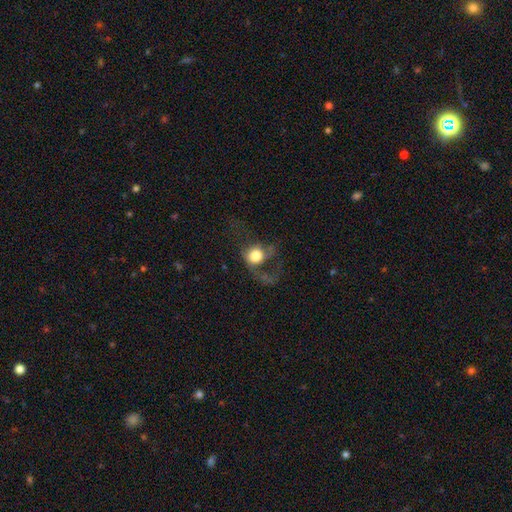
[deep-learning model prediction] Overall: smooth (60%; featured or disk 31%). How rounded: round (74%). Merging: major disturbance (57%; none 25%).